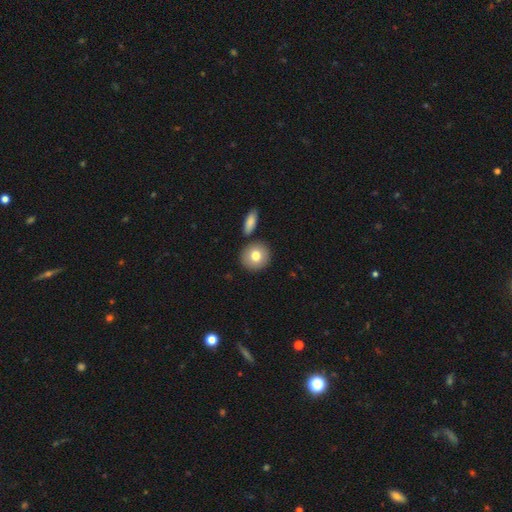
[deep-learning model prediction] Smooth or featured? smooth (79%)
How rounded? round (87%)
Merging? none (82%)